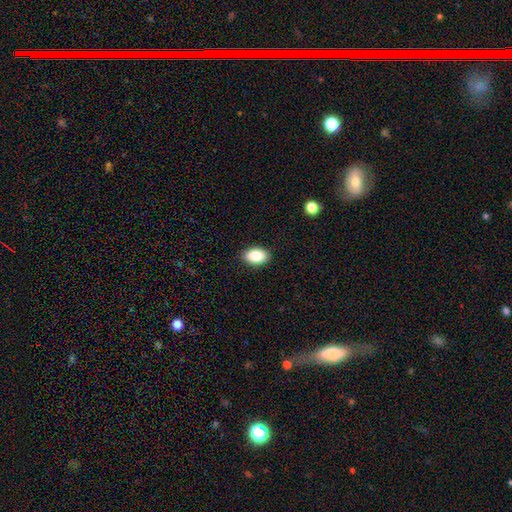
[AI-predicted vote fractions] smooth 87%, star or artifact 8%, featured or disk 5%. Down the decision tree: how rounded — in between (90%); merging — none (89%).